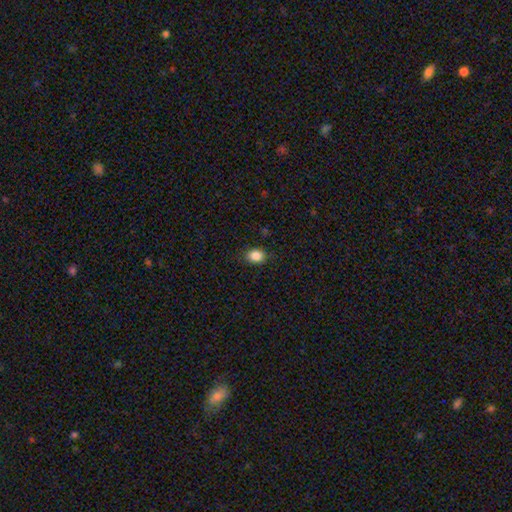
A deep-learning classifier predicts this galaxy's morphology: Q: Smooth or featured?
A: smooth (87%); runner-up: star or artifact (10%)
Q: How rounded?
A: in between (54%); runner-up: round (45%)
Q: Merging?
A: none (86%); runner-up: minor disturbance (10%)